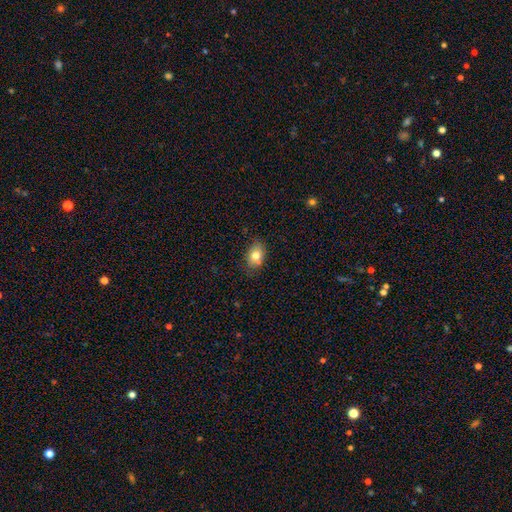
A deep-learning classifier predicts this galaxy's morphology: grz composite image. It shows a smooth galaxy with no disk features (78%) that is in between round and cigar-shaped (74%). Merging: none (74%).